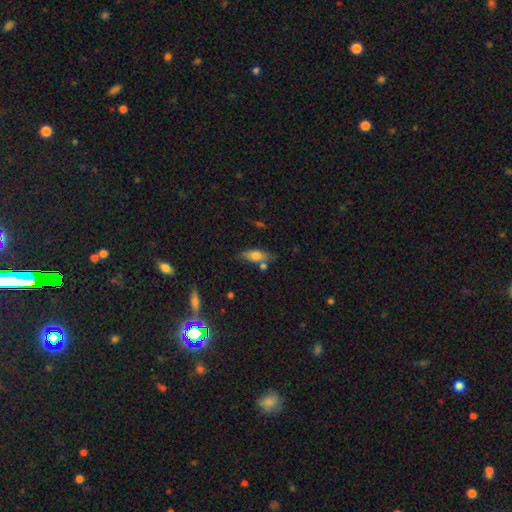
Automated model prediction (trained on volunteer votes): This appears to be a smooth galaxy with no disk features (66%) that is in between round and cigar-shaped (71%). Merging: none (65%).